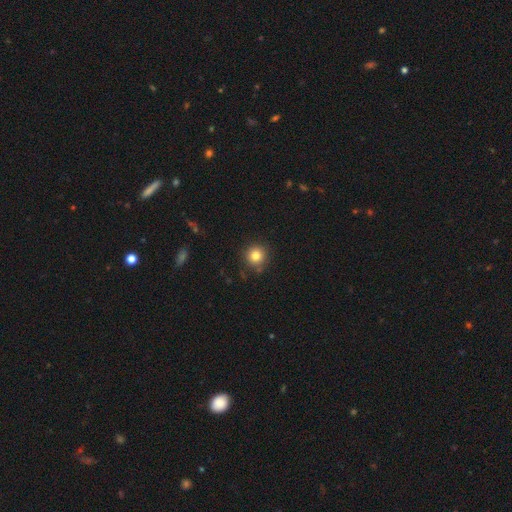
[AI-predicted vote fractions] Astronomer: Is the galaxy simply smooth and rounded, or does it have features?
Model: smooth — 81%.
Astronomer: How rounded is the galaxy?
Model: round — 94%.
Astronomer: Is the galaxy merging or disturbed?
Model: none — 85%.